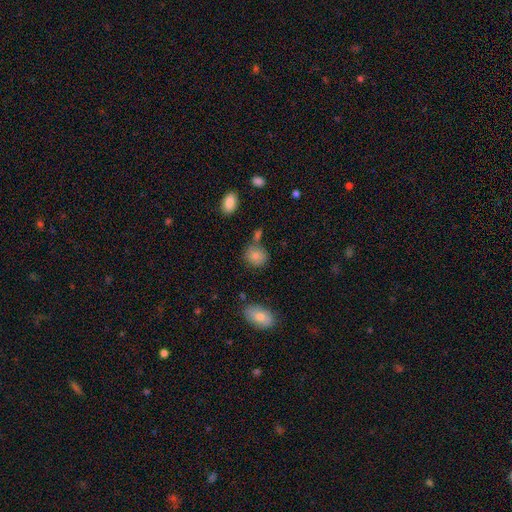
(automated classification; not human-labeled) smooth-or-featured: smooth: 81% | star or artifact: 10% | featured or disk: 9%
  how-rounded: round: 69% | in between: 30% | cigar-shaped: 1%
  merging: none: 68% | minor disturbance: 15% | merger: 12% | major disturbance: 5%